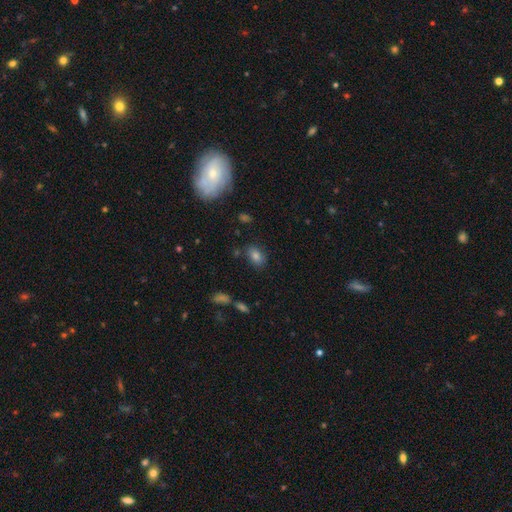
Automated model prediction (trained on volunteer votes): This appears to be a smooth galaxy with no disk features (78%) that is in between round and cigar-shaped (79%). Merging: none (79%).